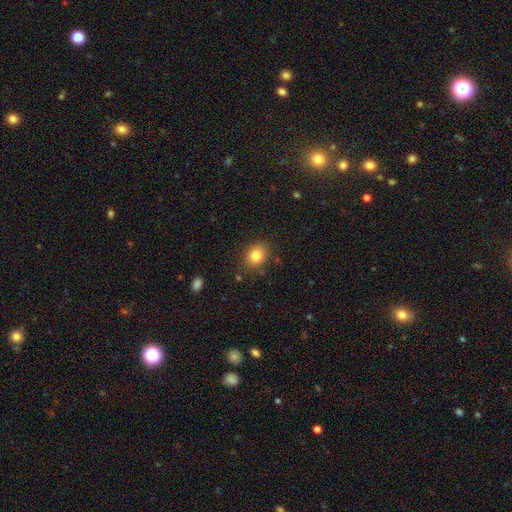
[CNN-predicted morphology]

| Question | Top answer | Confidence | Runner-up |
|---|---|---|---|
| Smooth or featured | smooth | 81% | star or artifact (11%) |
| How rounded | round | 58% | in between (41%) |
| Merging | none | 83% | minor disturbance (12%) |